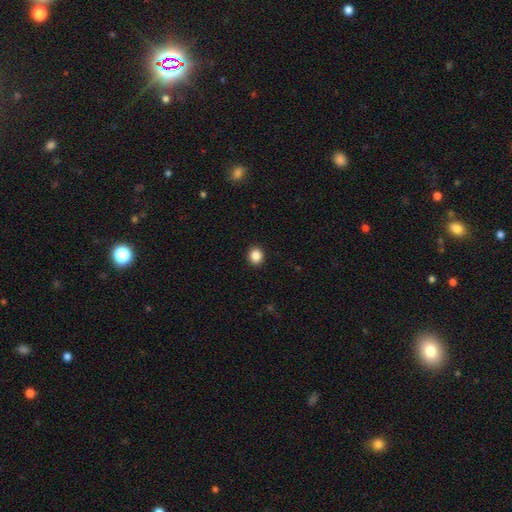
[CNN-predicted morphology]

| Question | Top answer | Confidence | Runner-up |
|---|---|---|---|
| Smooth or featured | smooth | 86% | star or artifact (10%) |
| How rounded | round | 82% | in between (17%) |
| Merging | none | 93% | minor disturbance (5%) |